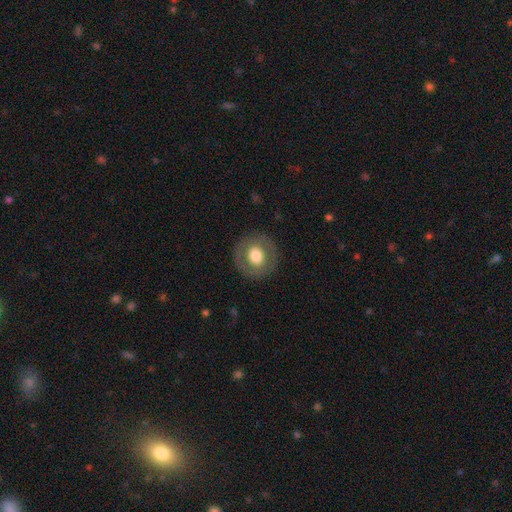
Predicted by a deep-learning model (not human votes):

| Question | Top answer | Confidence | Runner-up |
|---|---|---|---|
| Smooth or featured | smooth | 63% | featured or disk (30%) |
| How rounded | round | 90% | in between (9%) |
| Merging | none | 86% | minor disturbance (9%) |